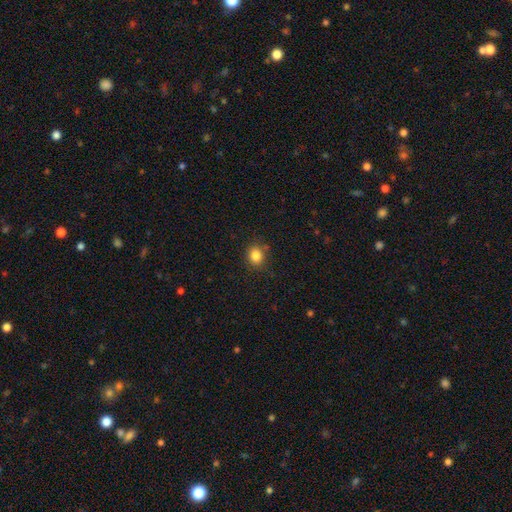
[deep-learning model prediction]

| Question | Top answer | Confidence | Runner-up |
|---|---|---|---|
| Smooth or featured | smooth | 84% | star or artifact (11%) |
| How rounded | round | 71% | in between (28%) |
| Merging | none | 81% | minor disturbance (13%) |